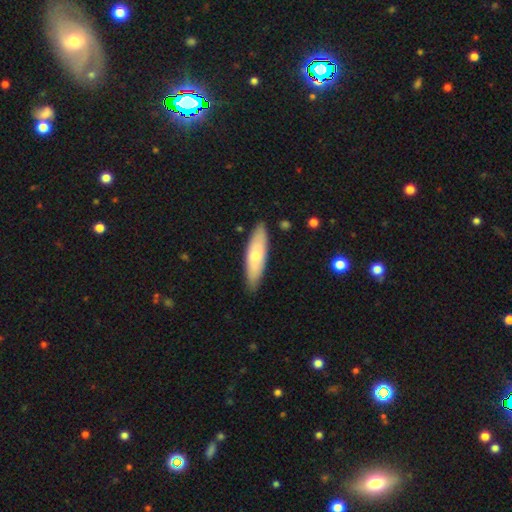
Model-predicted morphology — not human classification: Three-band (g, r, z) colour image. It shows a smooth galaxy with no disk features (65%) that is cigar-shaped (59%). Merging: none (87%).